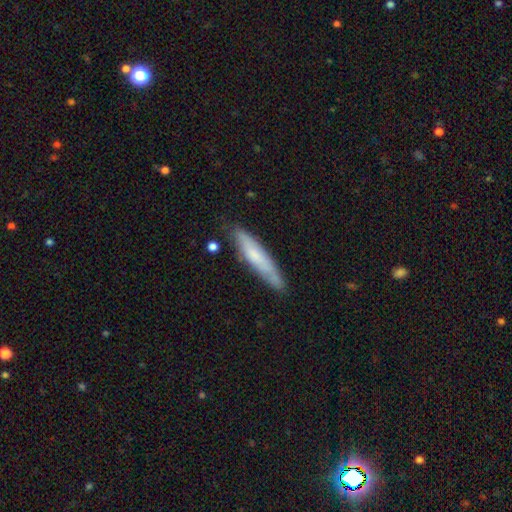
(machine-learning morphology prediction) A smooth galaxy with no disk features (62%) that is cigar-shaped (87%).

Vote fractions:
- Smooth or featured? smooth: 62% / featured or disk: 32% / star or artifact: 6%
- How rounded? cigar-shaped: 87% / in between: 12% / round: 1%
- Merging? none: 76% / minor disturbance: 18% / major disturbance: 3% / merger: 3%